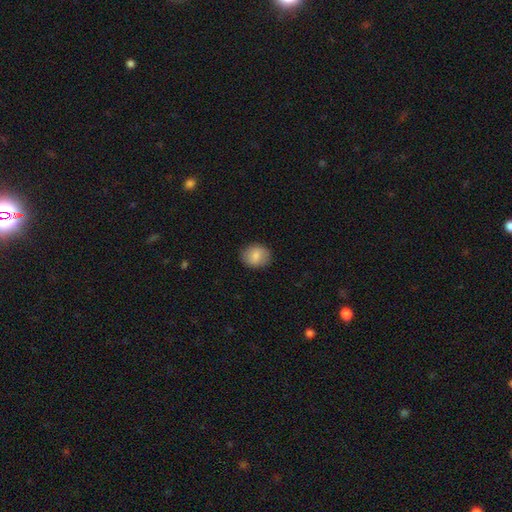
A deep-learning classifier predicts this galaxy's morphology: Overall: smooth (81%). How rounded: round (54%; in between 45%). Merging: none (86%).